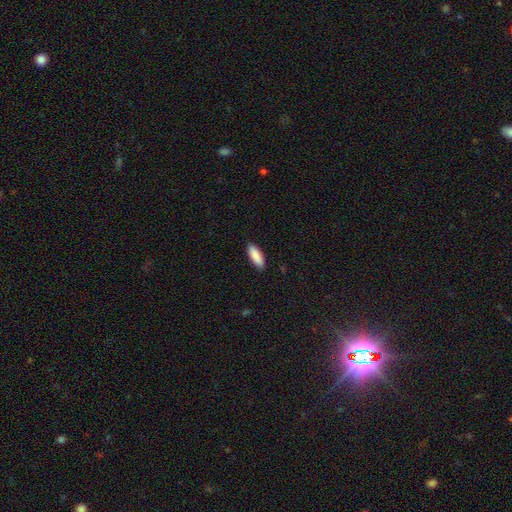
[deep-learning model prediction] Smooth or featured?
  - smooth: 90% *
  - star or artifact: 5%
  - featured or disk: 5%
How rounded?
  - in between: 68% *
  - cigar-shaped: 31%
  - round: 2%
Merging?
  - none: 89% *
  - minor disturbance: 9%
  - major disturbance: 2%
  - merger: 1%